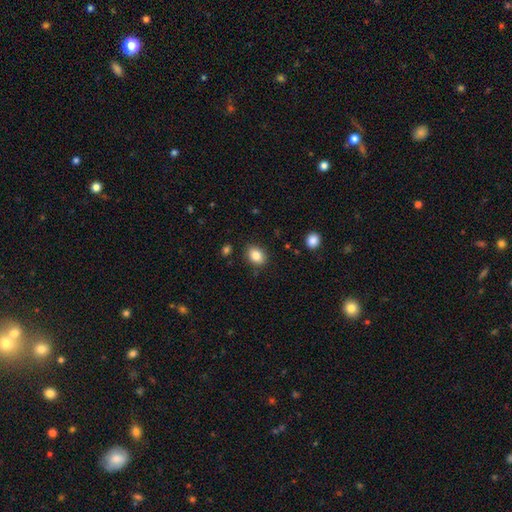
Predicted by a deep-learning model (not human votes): smooth 85%, star or artifact 9%, featured or disk 7%. Down the decision tree: how rounded — in between (70%); merging — none (85%).